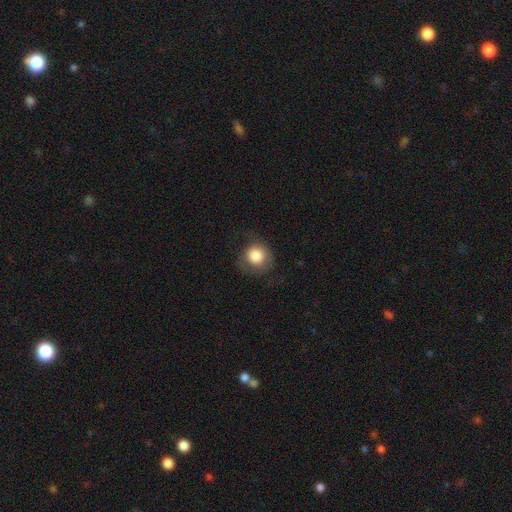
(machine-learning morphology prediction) Smooth or featured?
  - smooth: 82% *
  - featured or disk: 10%
  - star or artifact: 9%
How rounded?
  - round: 87% *
  - in between: 12%
  - cigar-shaped: 1%
Merging?
  - none: 67% *
  - minor disturbance: 21%
  - major disturbance: 11%
  - merger: 1%